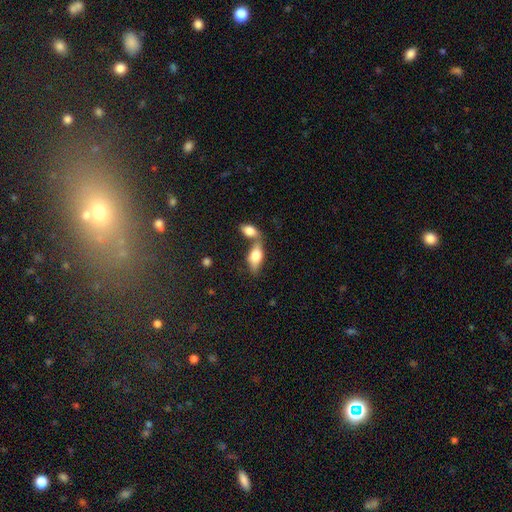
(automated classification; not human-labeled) smooth 67%, featured or disk 26%, star or artifact 7%. Down the decision tree: how rounded — in between (83%); merging — merger (50%).